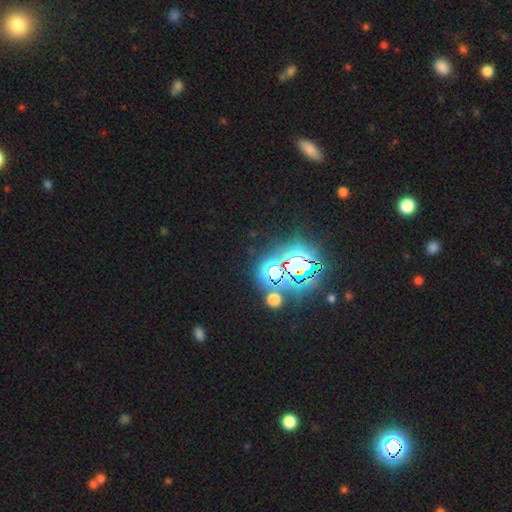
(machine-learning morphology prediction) A star or artifact, not a galaxy (78%).

Vote fractions:
- Smooth or featured? star or artifact: 78% / smooth: 14% / featured or disk: 8%